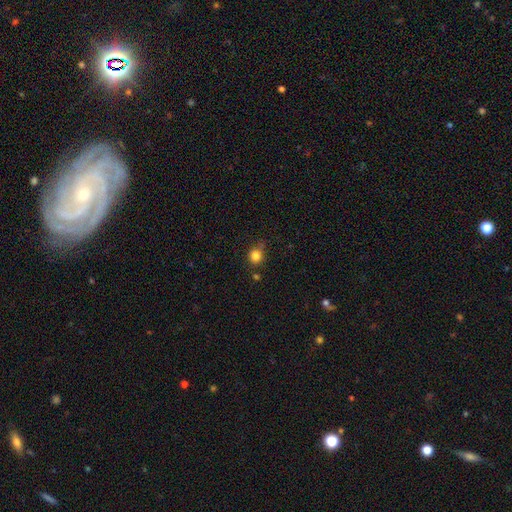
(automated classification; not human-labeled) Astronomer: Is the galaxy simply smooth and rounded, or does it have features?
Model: smooth — 82%.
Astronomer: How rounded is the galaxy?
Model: round — 87%.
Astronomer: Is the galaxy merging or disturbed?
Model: none — 73%.